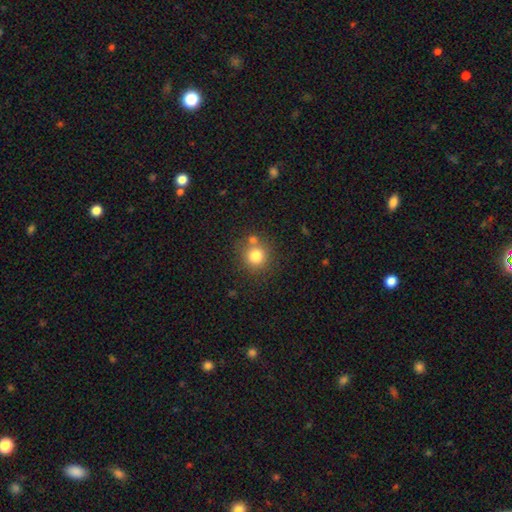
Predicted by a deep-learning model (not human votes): This is likely a smooth galaxy (79%). How rounded: clearly round (91%). Merging: likely none (71%).